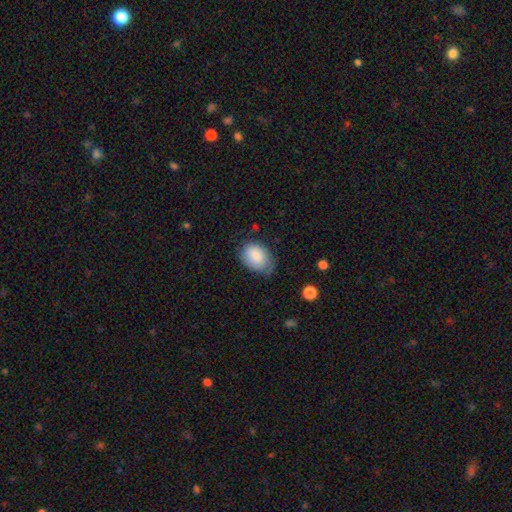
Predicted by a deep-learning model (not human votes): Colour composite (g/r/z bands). It shows a smooth galaxy with no disk features (83%) that is in between round and cigar-shaped (73%). Merging: none (53%).